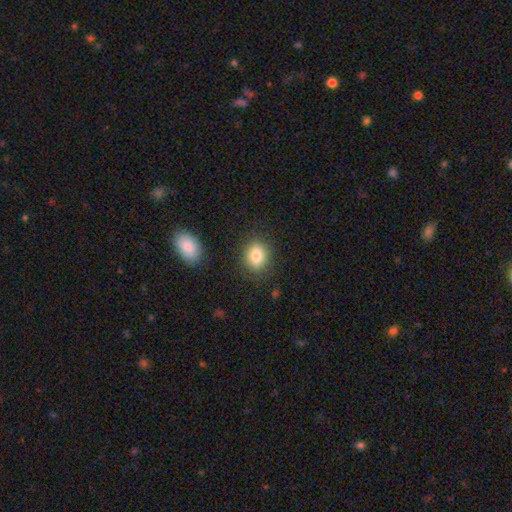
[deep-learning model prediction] Morphology: type=smooth (82%); roundness=in between (50%); merging=none (85%).